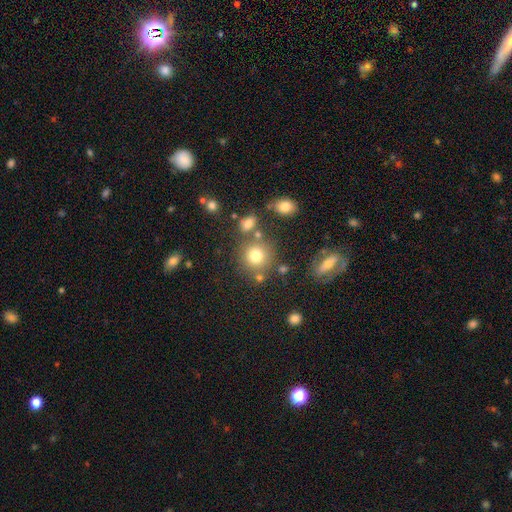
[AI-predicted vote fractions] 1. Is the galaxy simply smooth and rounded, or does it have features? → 76% smooth, 14% star or artifact, 10% featured or disk.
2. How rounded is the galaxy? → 87% round, 12% in between, 1% cigar-shaped.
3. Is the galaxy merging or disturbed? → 70% none, 14% merger, 11% minor disturbance, 5% major disturbance.